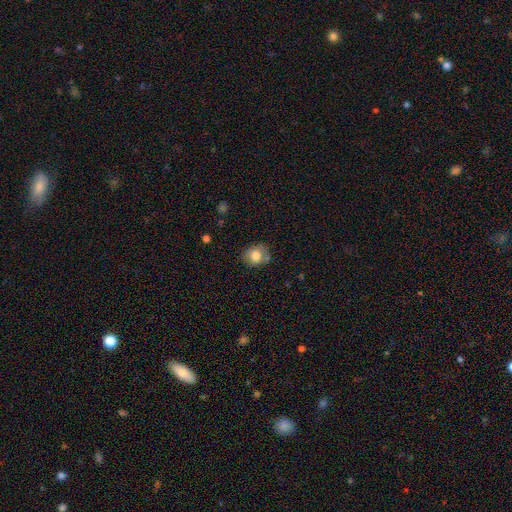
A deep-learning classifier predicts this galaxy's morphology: type=smooth (76%); roundness=round (62%); merging=none (68%).